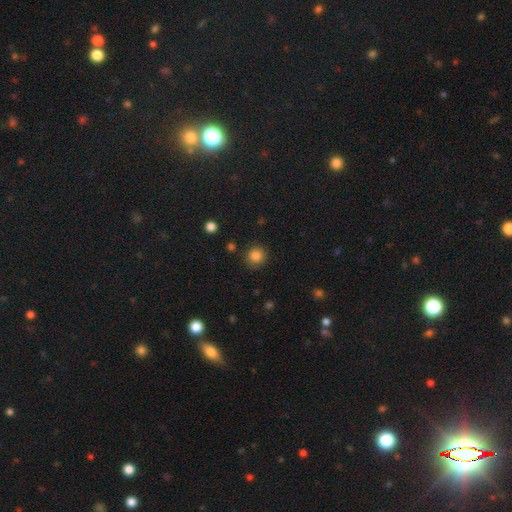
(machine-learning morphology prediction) A smooth galaxy with no disk features (84%) that is round (92%). Merging: none (88%).